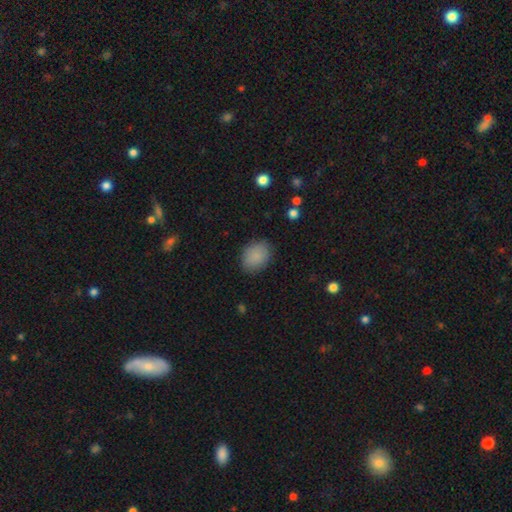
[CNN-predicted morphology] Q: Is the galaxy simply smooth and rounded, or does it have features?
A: smooth — 87%.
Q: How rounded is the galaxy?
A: in between — 62%.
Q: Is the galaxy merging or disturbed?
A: none — 84%.